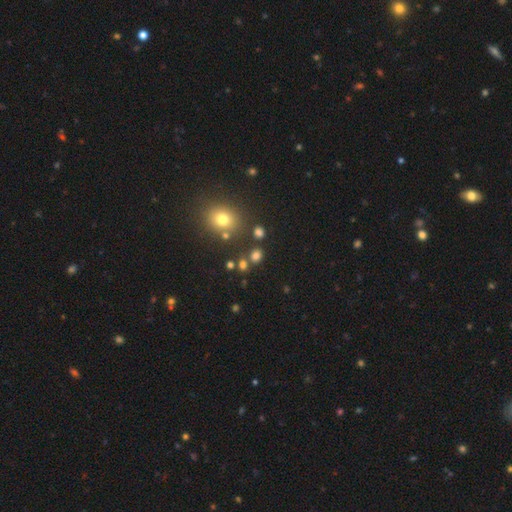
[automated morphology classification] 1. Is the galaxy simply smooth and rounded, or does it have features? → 74% smooth, 19% star or artifact, 7% featured or disk.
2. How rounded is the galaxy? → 60% round, 39% in between, 1% cigar-shaped.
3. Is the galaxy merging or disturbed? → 73% none, 13% merger, 9% minor disturbance, 4% major disturbance.